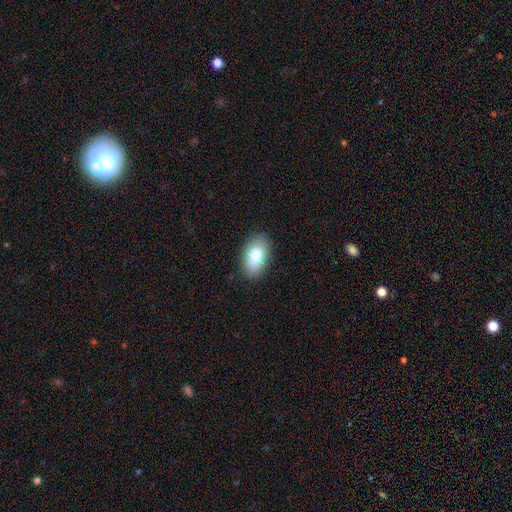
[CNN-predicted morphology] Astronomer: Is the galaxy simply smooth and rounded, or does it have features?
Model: smooth — 80%.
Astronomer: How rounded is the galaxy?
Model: in between — 92%.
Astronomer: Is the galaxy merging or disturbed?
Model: none — 87%.